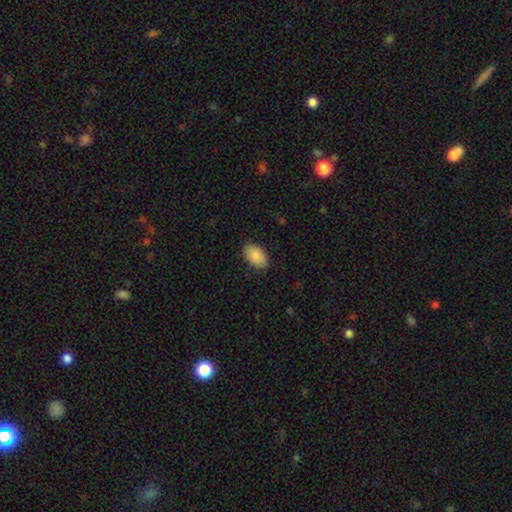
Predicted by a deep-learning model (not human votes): Morphology: type=smooth (89%); roundness=in between (92%); merging=none (85%).